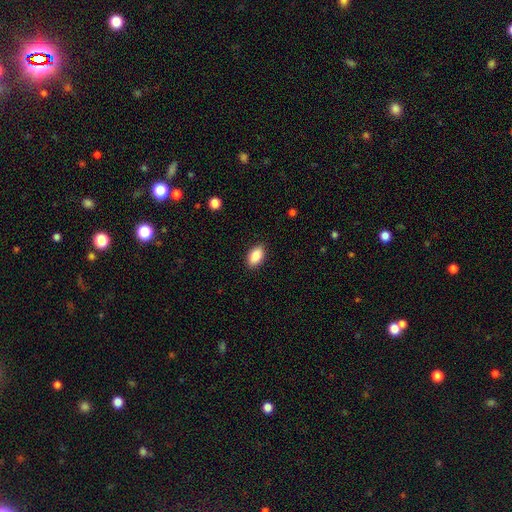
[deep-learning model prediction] Smooth or featured? smooth (89%)
How rounded? in between (92%)
Merging? none (88%)